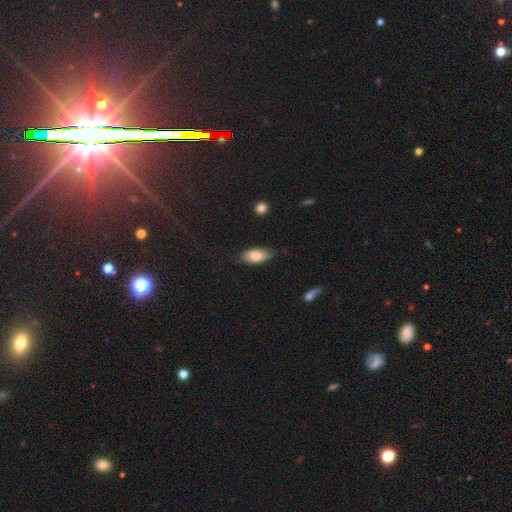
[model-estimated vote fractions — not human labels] smooth_or_featured: smooth (p=0.80) [alt: featured or disk p=0.14]
how_rounded: in between (p=0.91) [alt: cigar-shaped p=0.05]
merging: none (p=0.76) [alt: minor disturbance p=0.19]